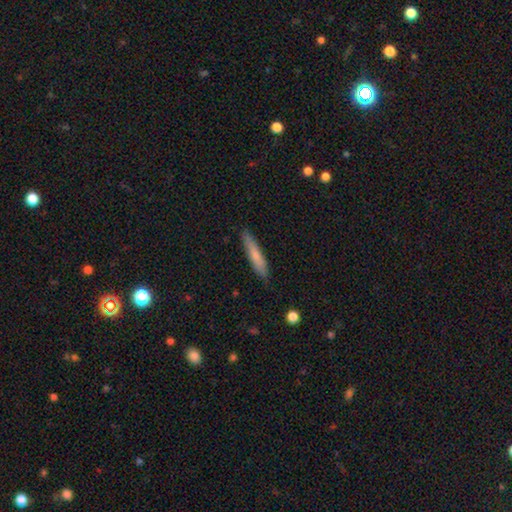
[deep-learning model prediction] A smooth galaxy with no disk features (73%) that is cigar-shaped (91%). Merging: none (87%).